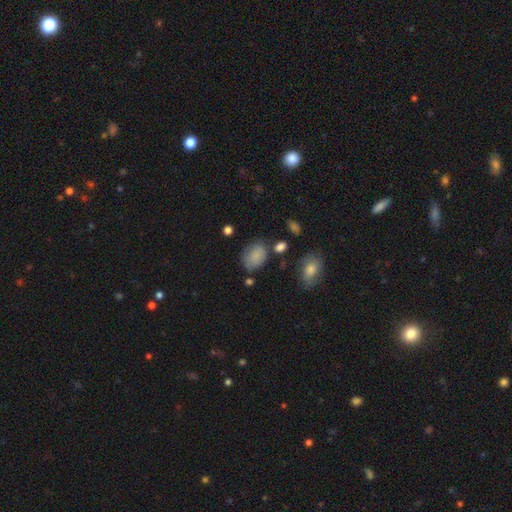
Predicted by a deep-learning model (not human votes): smooth-or-featured: smooth: 81% | featured or disk: 9% | star or artifact: 9%
  how-rounded: in between: 70% | round: 29% | cigar-shaped: 1%
  merging: none: 60% | minor disturbance: 26% | major disturbance: 9% | merger: 5%